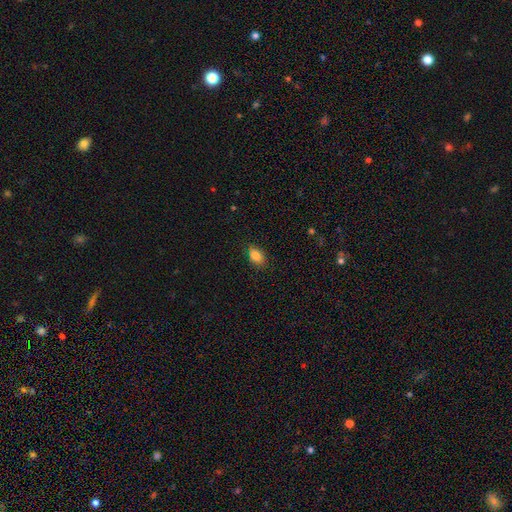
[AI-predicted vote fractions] This is clearly a smooth galaxy (83%). How rounded: clearly in between (83%). Merging: clearly none (81%).